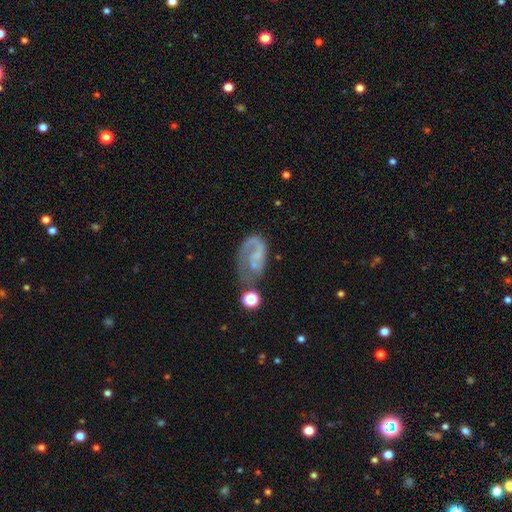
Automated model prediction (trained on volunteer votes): Smooth or featured? featured or disk (66%)
Edge-on disk? no (97%)
Bar? no (69%)
Spiral arms? yes (80%)
Spiral winding? medium (35%)
Spiral arm count? 1 (69%)
Bulge size? none (55%)
Merging? none (39%)